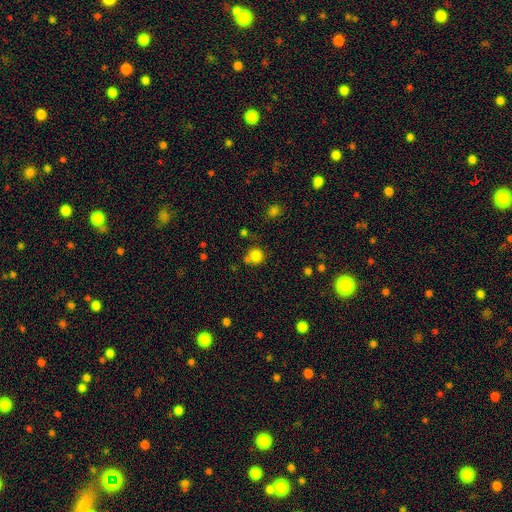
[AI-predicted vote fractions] A smooth galaxy with no disk features (82%) that is round (90%).

Vote fractions:
- Smooth or featured? smooth: 82% / star or artifact: 12% / featured or disk: 6%
- How rounded? round: 90% / in between: 9% / cigar-shaped: 1%
- Merging? none: 65% / merger: 16% / minor disturbance: 14% / major disturbance: 5%